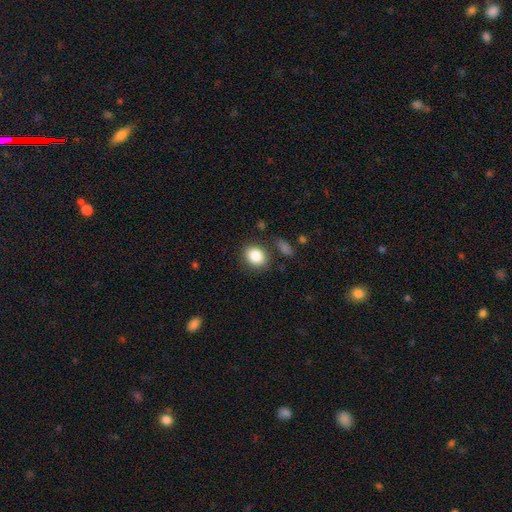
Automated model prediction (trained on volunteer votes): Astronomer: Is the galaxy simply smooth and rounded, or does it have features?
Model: smooth — 85%.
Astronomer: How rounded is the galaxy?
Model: round — 51% (runner-up: in between, 48%).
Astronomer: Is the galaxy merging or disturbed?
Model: none — 82%.